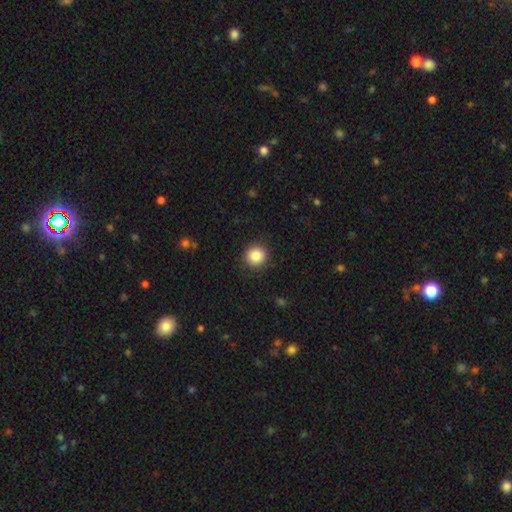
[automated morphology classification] Smooth or featured? smooth (85%)
How rounded? round (93%)
Merging? none (90%)